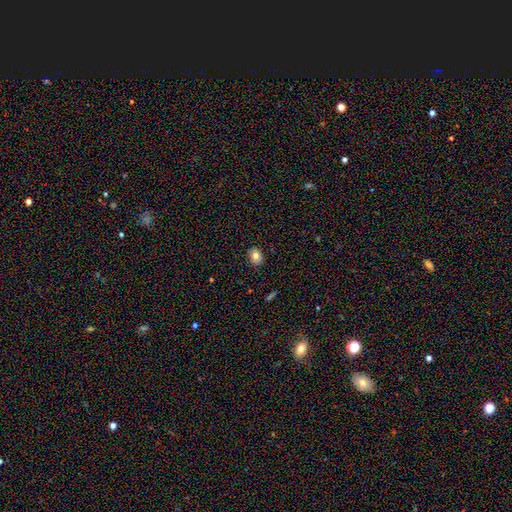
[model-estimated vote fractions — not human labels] Morphology: type=smooth (78%); roundness=round (51%); merging=none (88%).